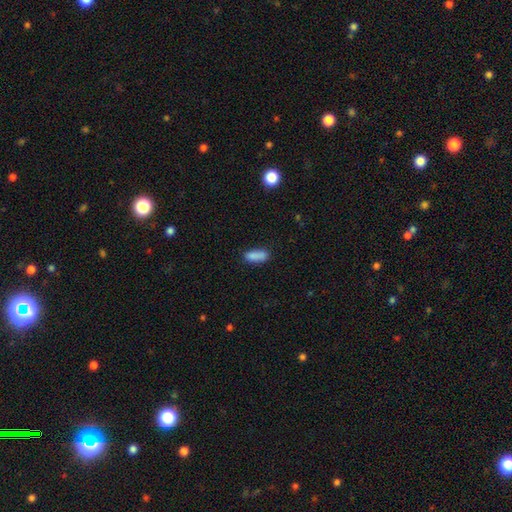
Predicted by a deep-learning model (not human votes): Morphology: type=smooth (84%); roundness=in between (71%); merging=none (68%).